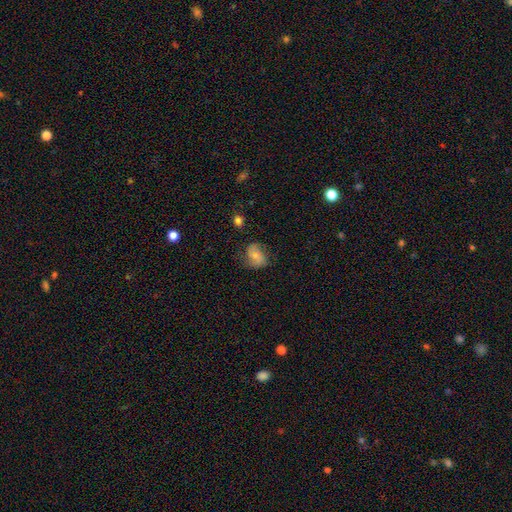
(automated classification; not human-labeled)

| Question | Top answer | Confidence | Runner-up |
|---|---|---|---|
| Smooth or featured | smooth | 57% | featured or disk (35%) |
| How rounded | in between | 64% | round (35%) |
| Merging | none | 62% | minor disturbance (26%) |